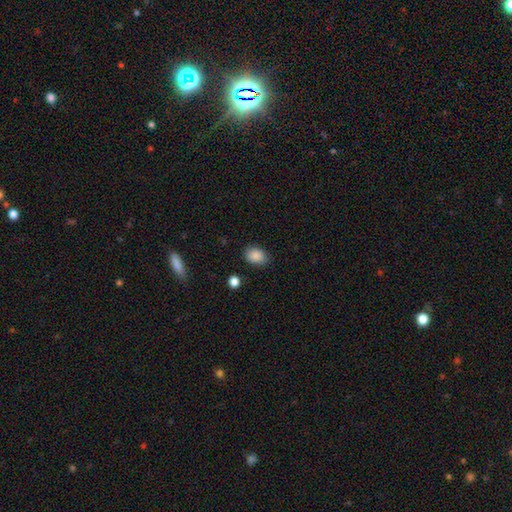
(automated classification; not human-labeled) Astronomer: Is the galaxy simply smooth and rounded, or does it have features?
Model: smooth — 88%.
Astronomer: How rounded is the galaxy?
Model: in between — 74%.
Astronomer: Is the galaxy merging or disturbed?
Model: none — 82%.